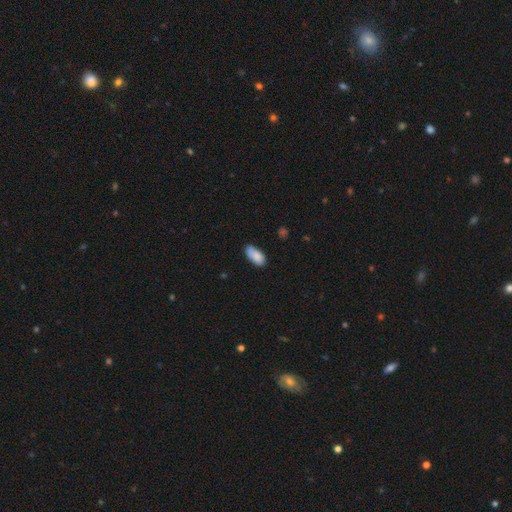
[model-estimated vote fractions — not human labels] smooth-or-featured: smooth: 85% | featured or disk: 8% | star or artifact: 7%
  how-rounded: in between: 92% | cigar-shaped: 5% | round: 2%
  merging: none: 70% | minor disturbance: 24% | major disturbance: 4% | merger: 2%